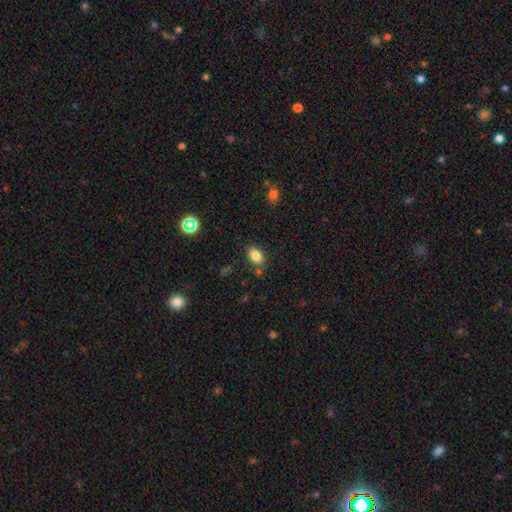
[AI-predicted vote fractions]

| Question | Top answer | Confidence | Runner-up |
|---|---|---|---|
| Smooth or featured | smooth | 83% | star or artifact (10%) |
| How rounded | in between | 89% | round (9%) |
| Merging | none | 78% | minor disturbance (12%) |